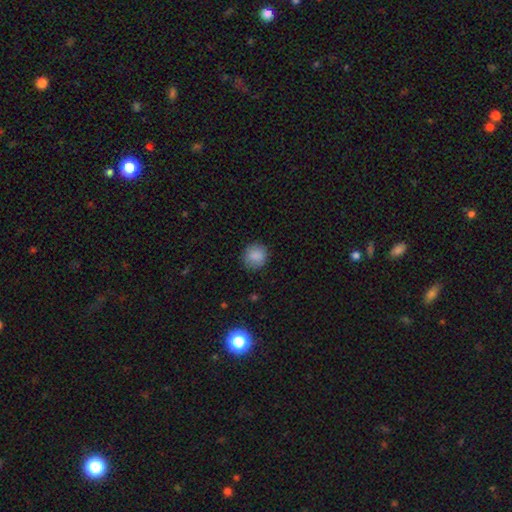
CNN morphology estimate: Smooth or featured? Predicted: smooth (p=0.87). How rounded? Predicted: round (p=0.87). Merging? Predicted: none (p=0.86).